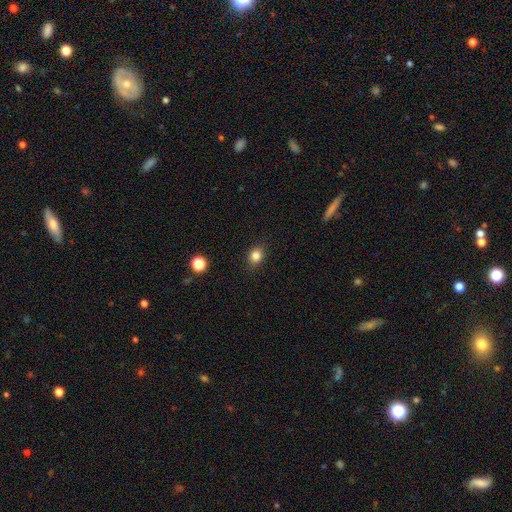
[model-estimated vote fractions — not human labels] Smooth or featured? smooth (83%)
How rounded? round (59%)
Merging? none (87%)